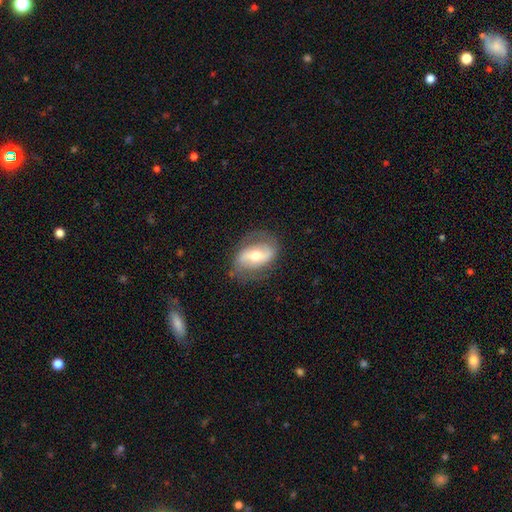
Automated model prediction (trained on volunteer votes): Smooth or featured?
  - featured or disk: 66% *
  - smooth: 27%
  - star or artifact: 7%
Edge-on disk?
  - no: 93% *
  - yes: 7%
Bar?
  - strong: 39% *
  - weak: 35%
  - no: 27%
Spiral arms?
  - yes: 76% *
  - no: 24%
Bulge size?
  - moderate: 68% *
  - small: 22%
  - large: 7%
  - dominant: 1%
  - none: 1%
Merging?
  - none: 73% *
  - minor disturbance: 18%
  - major disturbance: 8%
  - merger: 1%